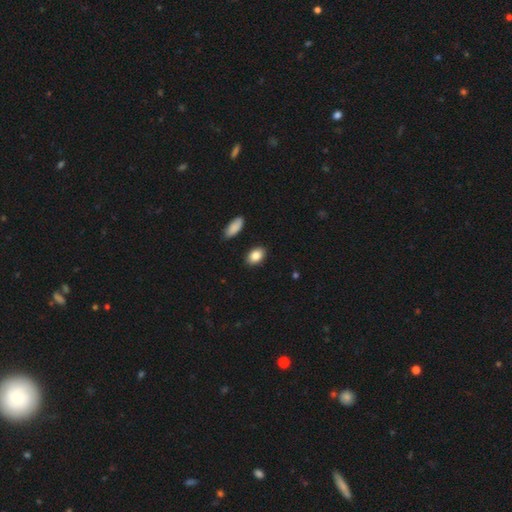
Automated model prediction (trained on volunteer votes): Smooth or featured: smooth — 86% (star or artifact — 8%)
How rounded: in between — 85% (round — 13%)
Merging: none — 88% (minor disturbance — 8%)